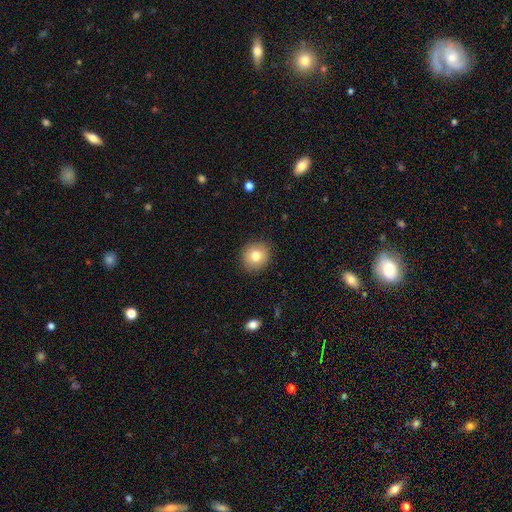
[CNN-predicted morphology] A smooth galaxy with no disk features (78%) that is round (82%).

Vote fractions:
- Smooth or featured? smooth: 78% / featured or disk: 13% / star or artifact: 9%
- How rounded? round: 82% / in between: 17% / cigar-shaped: 1%
- Merging? none: 89% / minor disturbance: 8% / major disturbance: 2% / merger: 1%